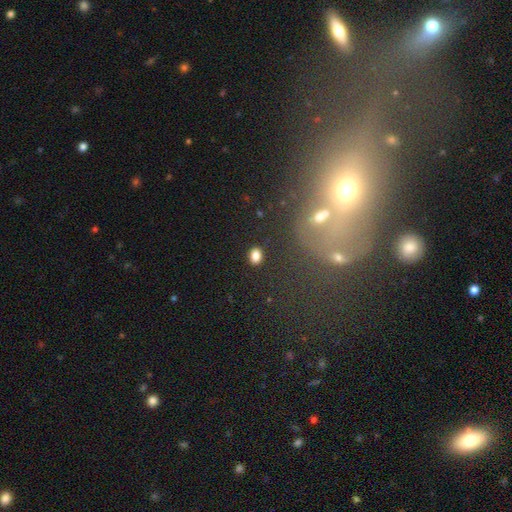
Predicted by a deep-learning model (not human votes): Overall: smooth (83%). How rounded: in between (70%). Merging: none (87%).